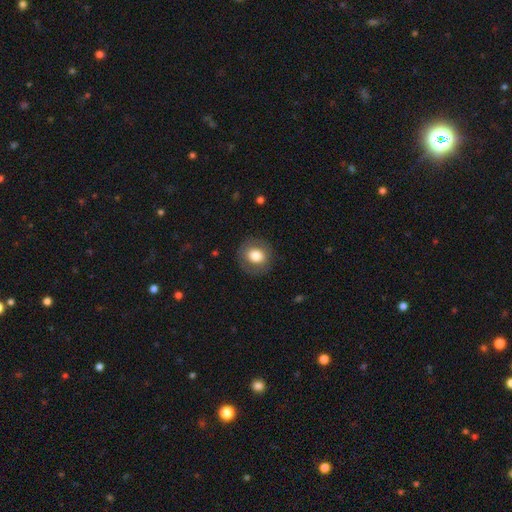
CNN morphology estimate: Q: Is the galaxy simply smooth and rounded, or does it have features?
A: smooth — 74%.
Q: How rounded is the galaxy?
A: round — 83%.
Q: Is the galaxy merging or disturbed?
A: none — 86%.